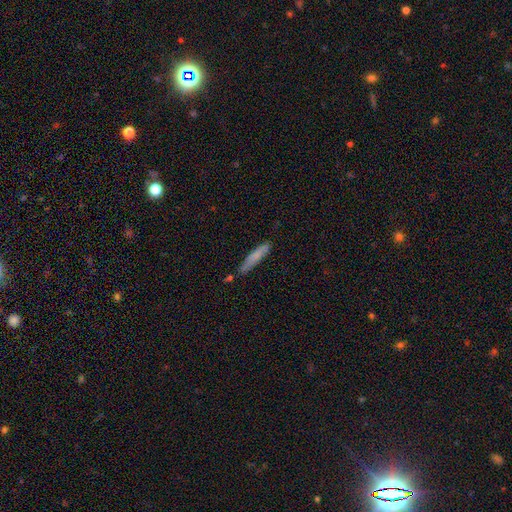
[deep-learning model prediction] Smooth or featured: smooth — 72% (featured or disk — 21%)
How rounded: cigar-shaped — 90% (in between — 9%)
Merging: none — 70% (minor disturbance — 19%)